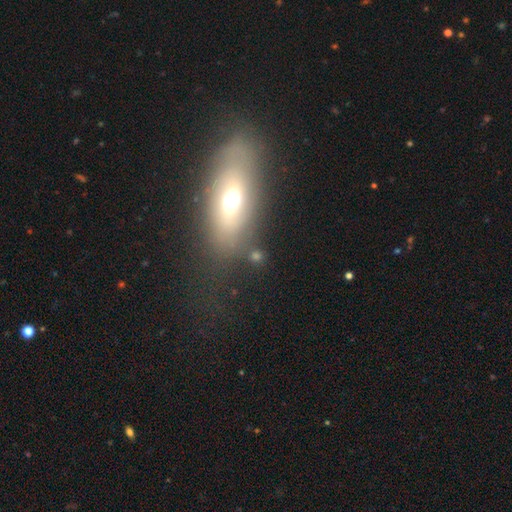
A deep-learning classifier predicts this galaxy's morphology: A smooth galaxy with no disk features (53%) that is in between round and cigar-shaped (63%). Merging: none (64%).